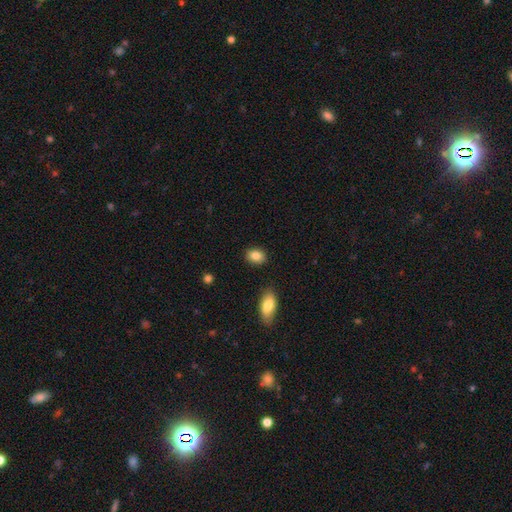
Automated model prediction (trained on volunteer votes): smooth 86%, star or artifact 8%, featured or disk 6%. Down the decision tree: how rounded — in between (70%); merging — none (87%).